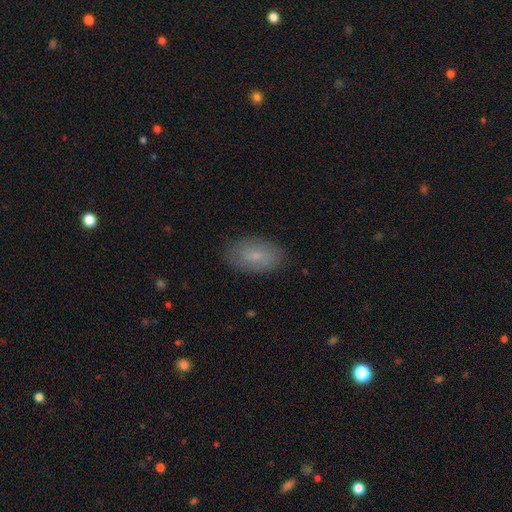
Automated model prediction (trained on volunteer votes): Overall: smooth (67%). How rounded: in between (91%). Merging: none (84%).